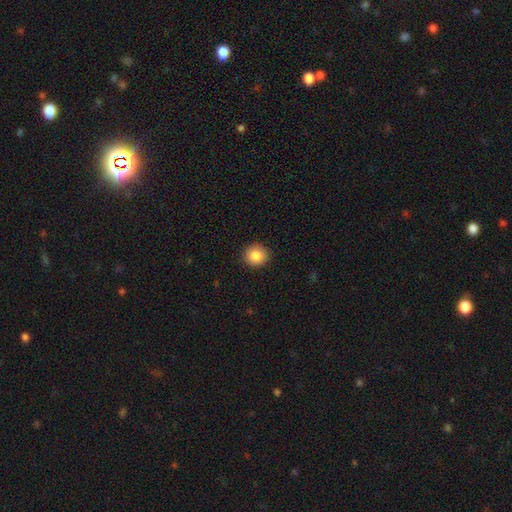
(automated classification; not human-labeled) A smooth galaxy with no disk features (87%) that is round (90%).

Vote fractions:
- Smooth or featured? smooth: 87% / star or artifact: 9% / featured or disk: 4%
- How rounded? round: 90% / in between: 9% / cigar-shaped: 1%
- Merging? none: 91% / minor disturbance: 6% / major disturbance: 2% / merger: 1%